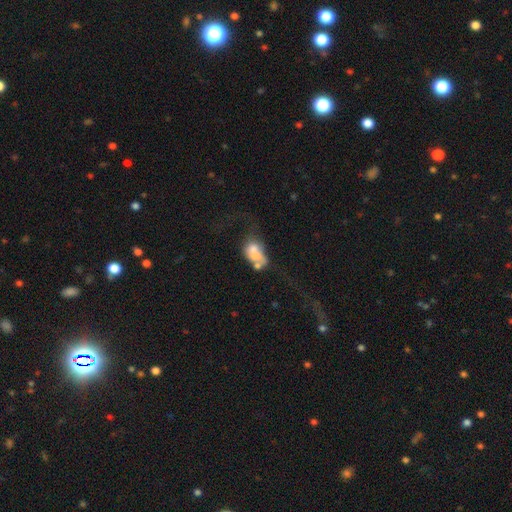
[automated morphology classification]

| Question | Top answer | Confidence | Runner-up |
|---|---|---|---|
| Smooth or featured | smooth | 53% | featured or disk (37%) |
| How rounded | in between | 75% | round (23%) |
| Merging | merger | 57% | major disturbance (18%) |